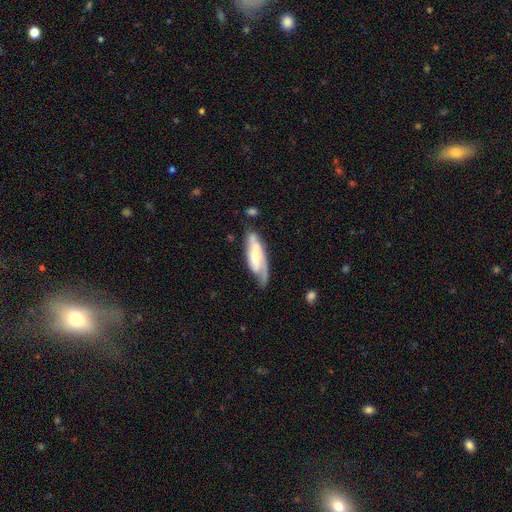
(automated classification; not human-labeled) Smooth or featured?
  - featured or disk: 67% *
  - smooth: 27%
  - star or artifact: 5%
Edge-on disk?
  - no: 83% *
  - yes: 17%
Bar?
  - no: 39% *
  - weak: 35%
  - strong: 26%
Spiral arms?
  - yes: 87% *
  - no: 13%
Bulge size?
  - small: 42% *
  - moderate: 38%
  - large: 9%
  - none: 9%
  - dominant: 2%
Merging?
  - none: 52% *
  - minor disturbance: 27%
  - major disturbance: 16%
  - merger: 4%